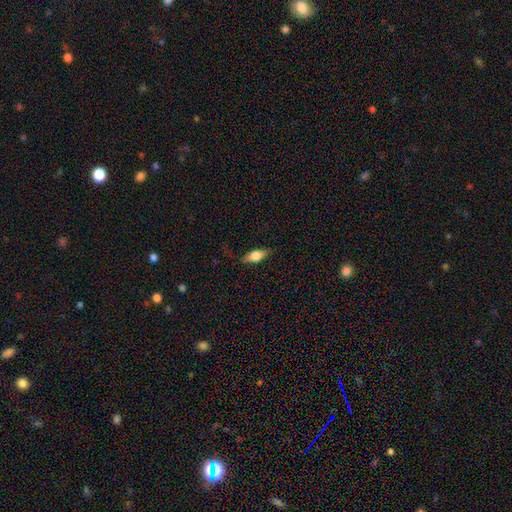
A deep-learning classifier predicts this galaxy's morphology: A smooth galaxy with no disk features (61%) that is in between round and cigar-shaped (74%).

Vote fractions:
- Smooth or featured? smooth: 61% / featured or disk: 31% / star or artifact: 7%
- How rounded? in between: 74% / cigar-shaped: 22% / round: 4%
- Merging? none: 79% / minor disturbance: 16% / major disturbance: 4% / merger: 1%